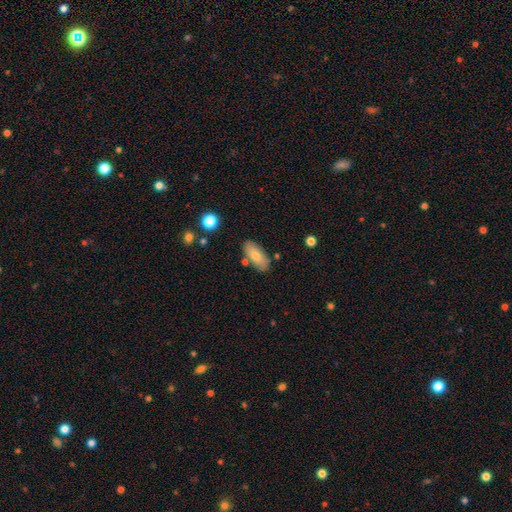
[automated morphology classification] The model was most divided on "smooth or featured": smooth: 76%, featured or disk: 17%, star or artifact: 7%. More confident: how rounded — in between (86%); merging — none (79%).